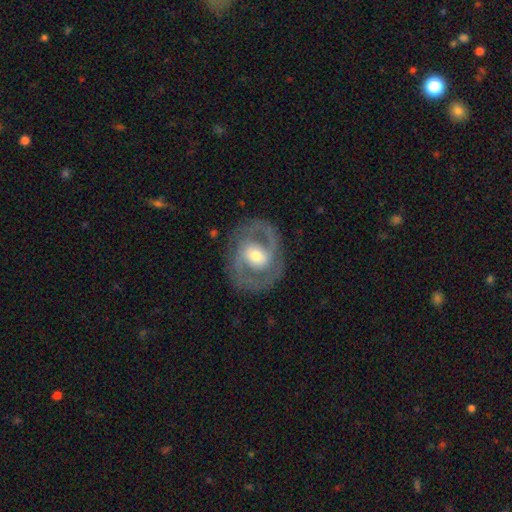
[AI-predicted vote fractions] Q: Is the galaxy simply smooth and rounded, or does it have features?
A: featured or disk — 80%.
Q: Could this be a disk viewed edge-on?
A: no — 96%.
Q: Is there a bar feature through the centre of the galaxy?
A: no — 40%.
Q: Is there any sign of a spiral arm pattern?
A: yes — 80%.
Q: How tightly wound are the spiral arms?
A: medium — 51%.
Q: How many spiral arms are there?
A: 2 — 85%.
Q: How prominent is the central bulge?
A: moderate — 66%.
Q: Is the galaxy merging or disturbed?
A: none — 79%.